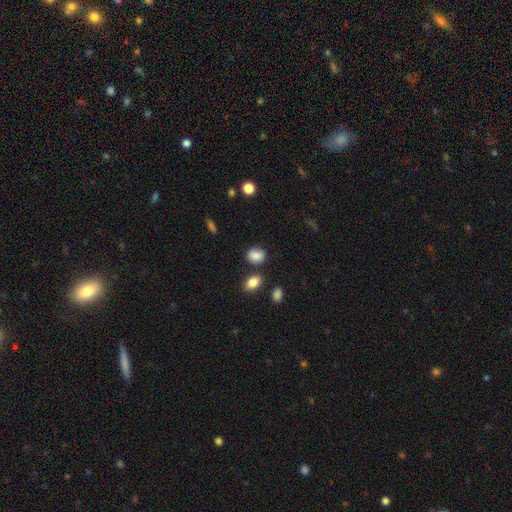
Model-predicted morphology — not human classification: Overall: smooth (84%). How rounded: in between (57%; round 42%). Merging: none (75%).